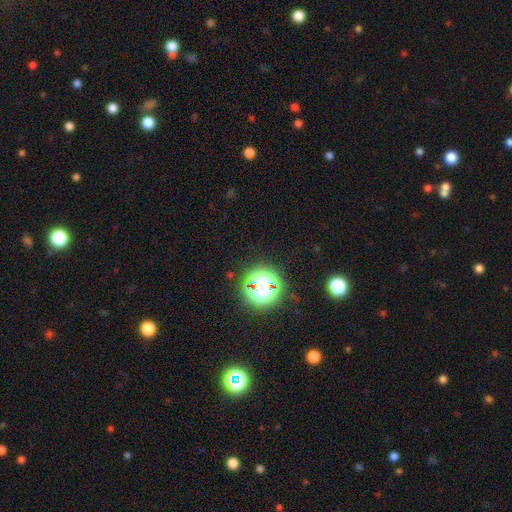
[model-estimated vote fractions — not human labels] Smooth or featured? star or artifact (77%)